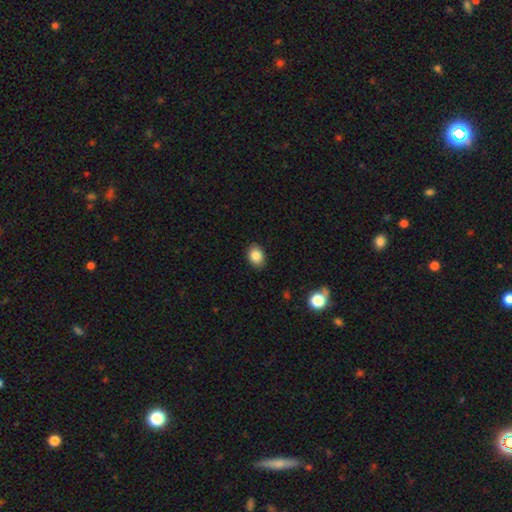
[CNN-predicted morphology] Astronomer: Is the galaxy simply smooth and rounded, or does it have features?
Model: smooth — 85%.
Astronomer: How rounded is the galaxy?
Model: in between — 69%.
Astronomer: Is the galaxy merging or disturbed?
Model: none — 89%.